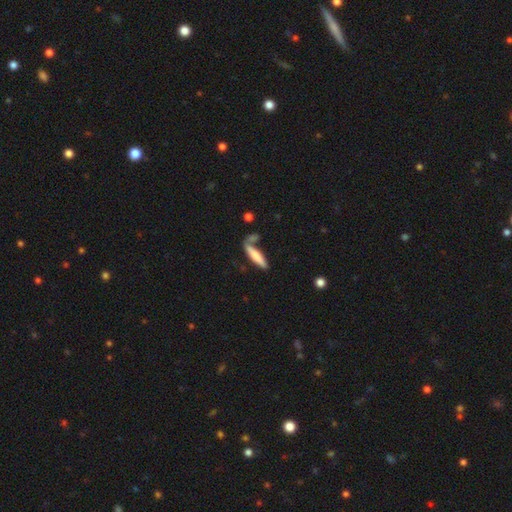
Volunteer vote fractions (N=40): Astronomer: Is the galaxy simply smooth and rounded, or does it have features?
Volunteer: smooth — 65%.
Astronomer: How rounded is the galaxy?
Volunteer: cigar-shaped — 88%.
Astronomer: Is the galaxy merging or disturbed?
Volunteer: none — 46% (runner-up: minor disturbance, 24%).